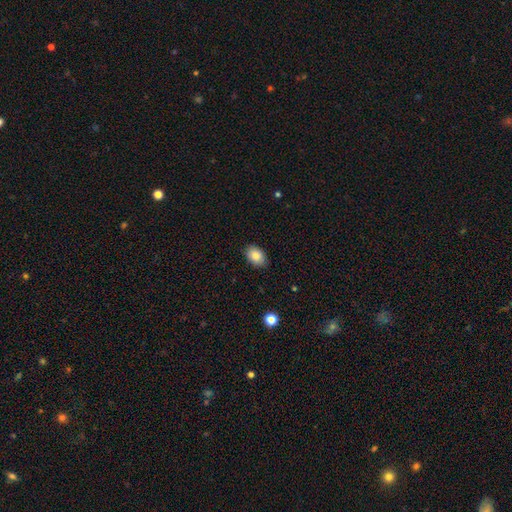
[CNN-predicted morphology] The model was most divided on "how rounded": in between: 84%, round: 15%, cigar-shaped: 1%. More confident: smooth or featured — smooth (87%); merging — none (87%).